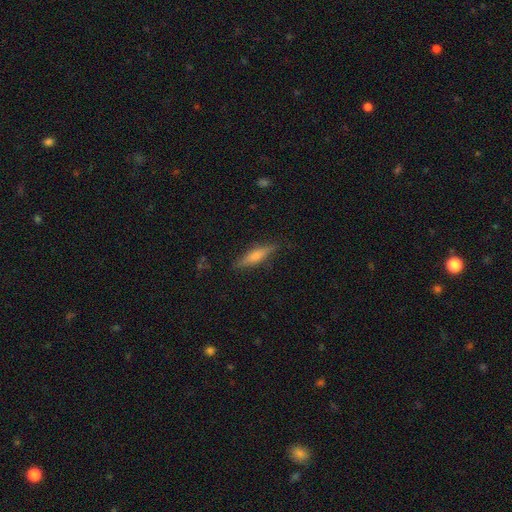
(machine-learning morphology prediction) smooth 50%, featured or disk 43%, star or artifact 7%. Down the decision tree: merging — none (86%).